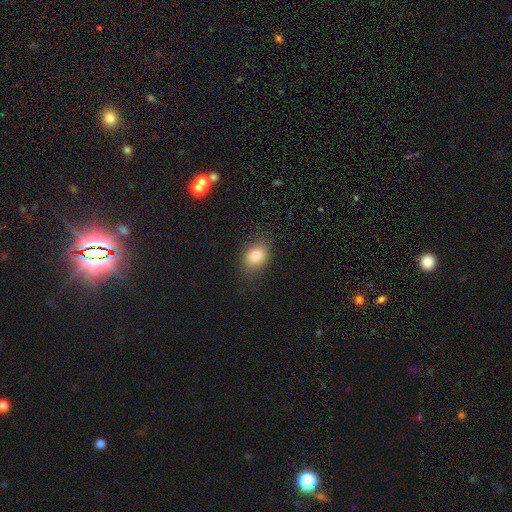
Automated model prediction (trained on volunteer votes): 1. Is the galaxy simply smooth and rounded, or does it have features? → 83% smooth, 9% star or artifact, 7% featured or disk.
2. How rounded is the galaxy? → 69% in between, 30% round, 1% cigar-shaped.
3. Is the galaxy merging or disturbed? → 78% none, 16% minor disturbance, 5% major disturbance, 1% merger.